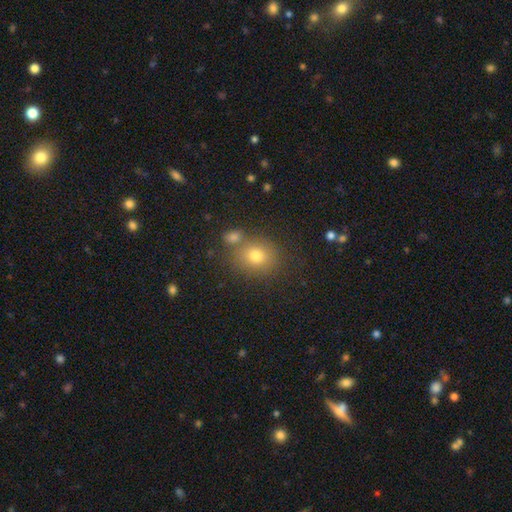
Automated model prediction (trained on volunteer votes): smooth_or_featured: smooth (p=0.77) [alt: star or artifact p=0.14]
how_rounded: round (p=0.68) [alt: in between p=0.31]
merging: none (p=0.68) [alt: merger p=0.17]